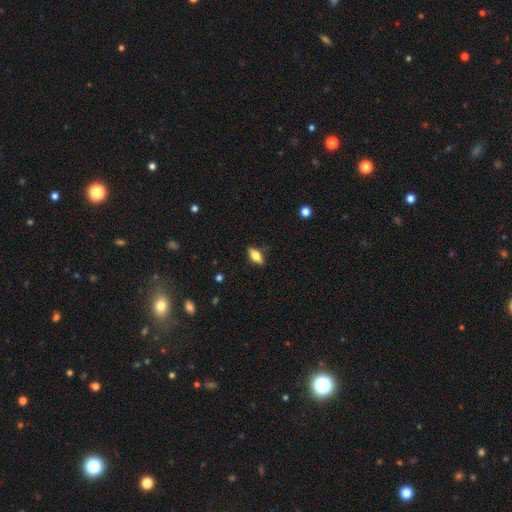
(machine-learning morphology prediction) Smooth or featured: smooth — 61% (featured or disk — 31%)
How rounded: in between — 78% (cigar-shaped — 18%)
Merging: none — 85% (minor disturbance — 12%)